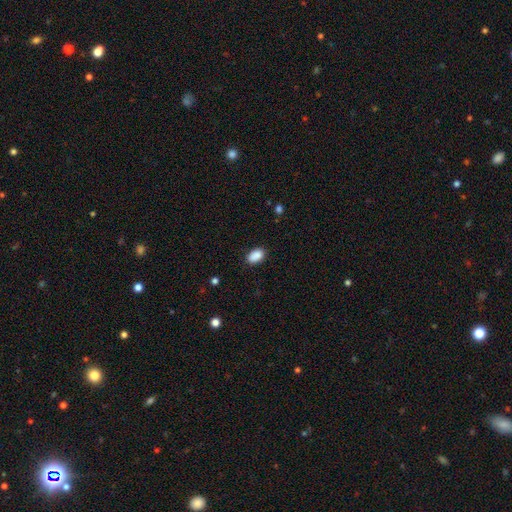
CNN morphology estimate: This appears to be a smooth galaxy with no disk features (89%) that is in between round and cigar-shaped (91%). Merging: none (84%).